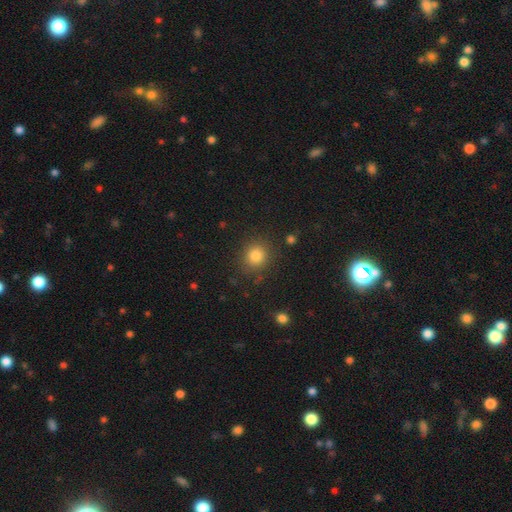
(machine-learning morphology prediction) Smooth or featured: smooth — 81% (star or artifact — 13%)
How rounded: round — 88% (in between — 11%)
Merging: none — 87% (minor disturbance — 8%)